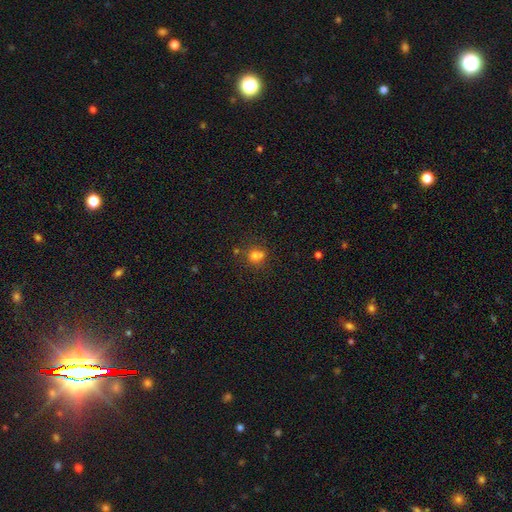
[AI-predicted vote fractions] smooth 69%, star or artifact 18%, featured or disk 13%. Down the decision tree: how rounded — round (74%); merging — none (47%).